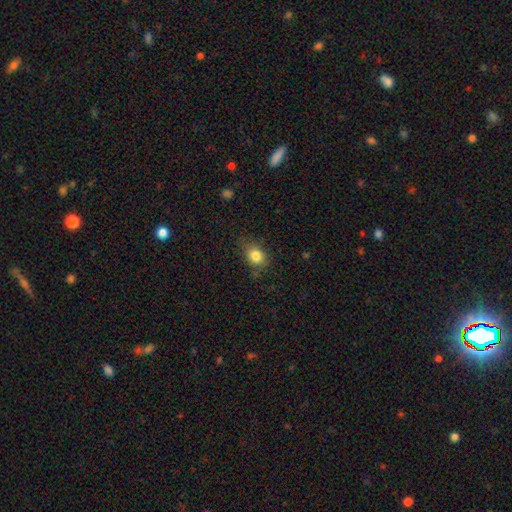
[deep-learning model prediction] A smooth galaxy with no disk features (83%) that is in between round and cigar-shaped (54%).

Vote fractions:
- Smooth or featured? smooth: 83% / star or artifact: 10% / featured or disk: 7%
- How rounded? in between: 54% / round: 44% / cigar-shaped: 1%
- Merging? none: 74% / minor disturbance: 19% / major disturbance: 5% / merger: 2%